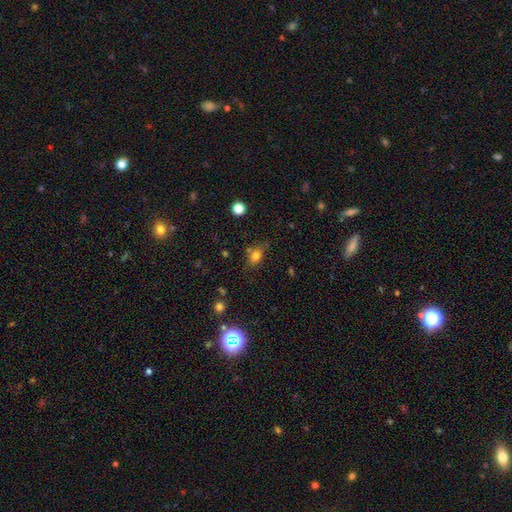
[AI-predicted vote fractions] smooth-or-featured: smooth: 77% | star or artifact: 14% | featured or disk: 10%
  how-rounded: in between: 68% | round: 28% | cigar-shaped: 4%
  merging: none: 61% | minor disturbance: 24% | merger: 8% | major disturbance: 7%